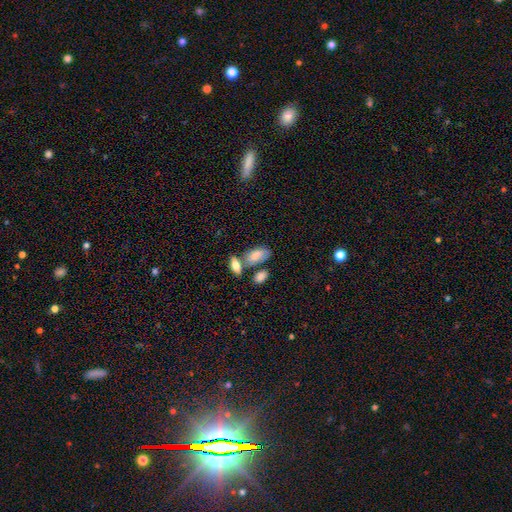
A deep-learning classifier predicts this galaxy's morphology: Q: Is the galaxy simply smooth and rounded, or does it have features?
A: smooth — 78%.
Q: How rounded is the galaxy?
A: in between — 91%.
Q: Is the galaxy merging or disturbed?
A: none — 50%.